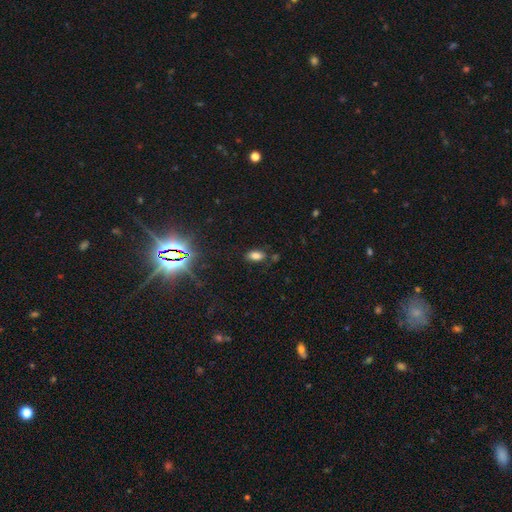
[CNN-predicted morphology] Smooth or featured? Predicted: smooth (p=0.76). How rounded? Predicted: in between (p=0.91). Merging? Predicted: none (p=0.78).